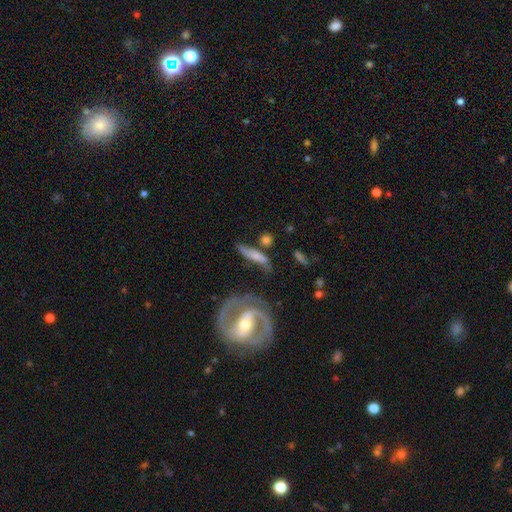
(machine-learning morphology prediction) A featured or disk galaxy (51%). Merging: none (48%).